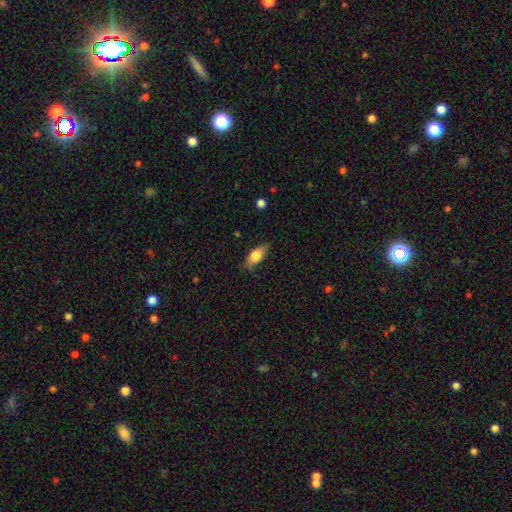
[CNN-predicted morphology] A smooth galaxy with no disk features (73%) that is in between round and cigar-shaped (75%). Merging: none (77%).